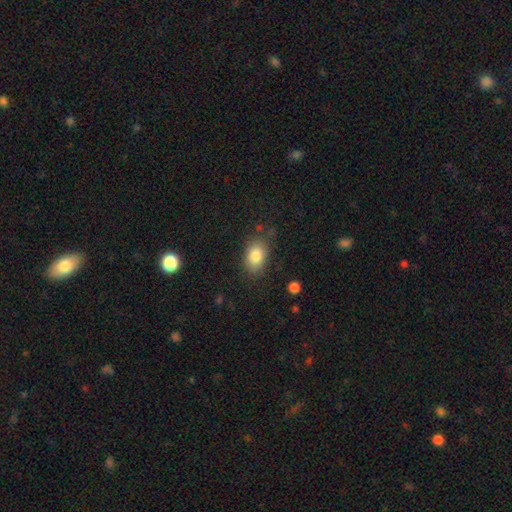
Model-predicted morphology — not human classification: Smooth or featured?
  - smooth: 84% *
  - star or artifact: 8%
  - featured or disk: 8%
How rounded?
  - in between: 84% *
  - round: 14%
  - cigar-shaped: 1%
Merging?
  - none: 79% *
  - minor disturbance: 14%
  - major disturbance: 5%
  - merger: 2%